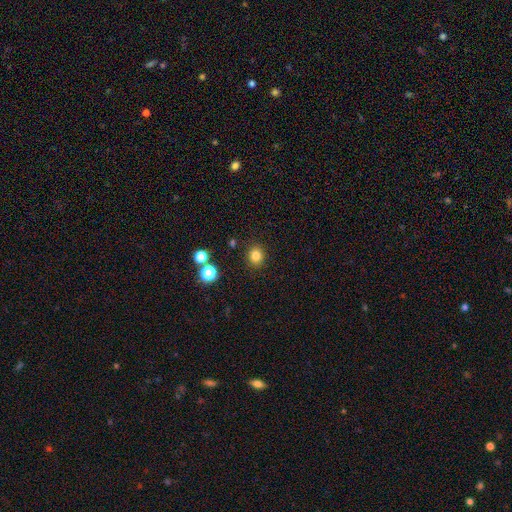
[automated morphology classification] Smooth or featured: smooth — 82% (star or artifact — 13%)
How rounded: round — 83% (in between — 16%)
Merging: none — 89% (minor disturbance — 7%)